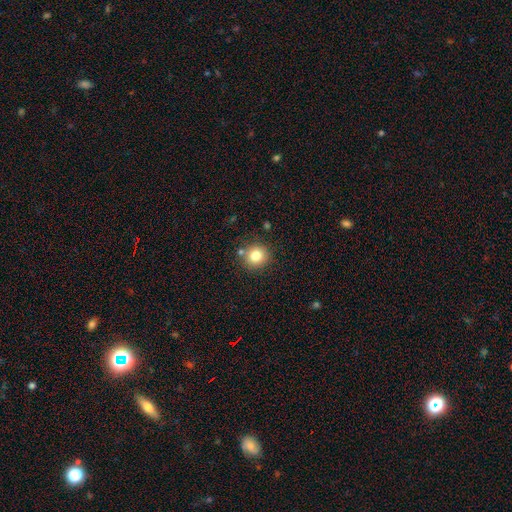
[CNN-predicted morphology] smooth_or_featured: smooth (p=0.80) [alt: star or artifact p=0.12]
how_rounded: round (p=0.90) [alt: in between p=0.09]
merging: none (p=0.81) [alt: minor disturbance p=0.10]